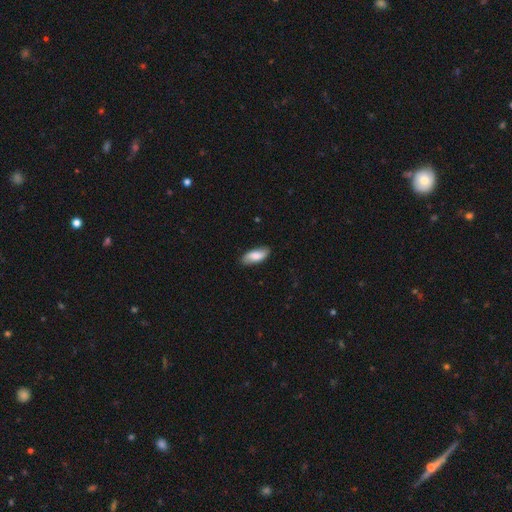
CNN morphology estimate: Smooth or featured? Predicted: smooth (p=0.75). How rounded? Predicted: in between (p=0.81). Merging? Predicted: none (p=0.83).